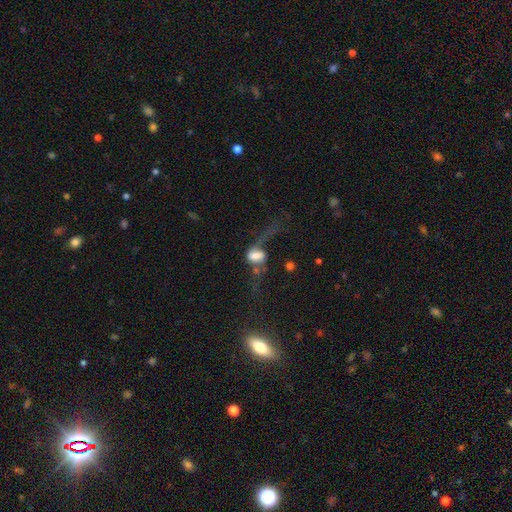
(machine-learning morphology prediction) Smooth or featured: smooth — 45% (featured or disk — 44%)
Merging: major disturbance — 52% (none — 19%)